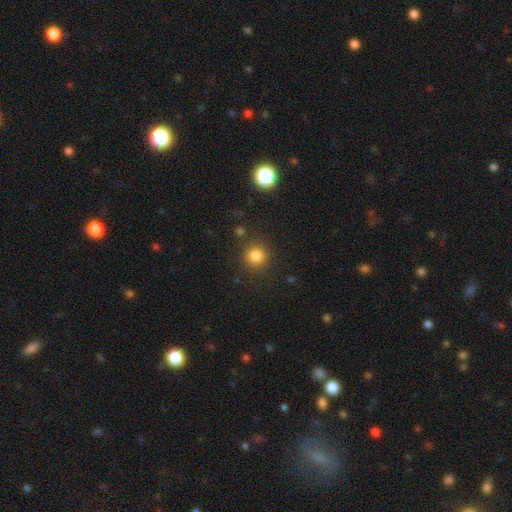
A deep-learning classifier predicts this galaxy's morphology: Q: Smooth or featured?
A: smooth (82%); runner-up: star or artifact (13%)
Q: How rounded?
A: round (93%); runner-up: in between (6%)
Q: Merging?
A: none (86%); runner-up: minor disturbance (8%)